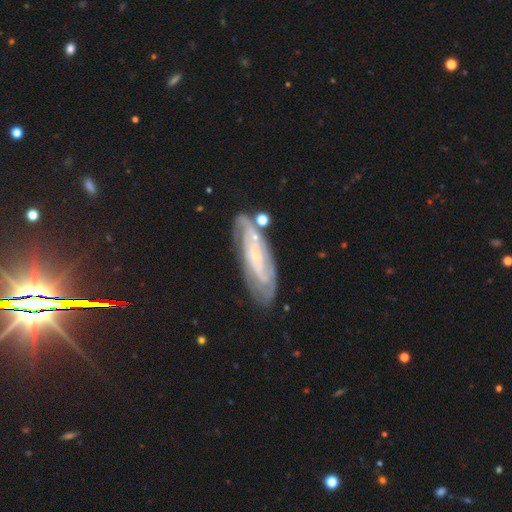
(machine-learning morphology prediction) Smooth or featured?
  - featured or disk: 78% *
  - smooth: 14%
  - star or artifact: 8%
Edge-on disk?
  - no: 84% *
  - yes: 16%
Bar?
  - no: 63% *
  - weak: 27%
  - strong: 9%
Spiral arms?
  - yes: 92% *
  - no: 8%
Spiral winding?
  - tight: 66% *
  - medium: 27%
  - loose: 7%
Spiral arm count?
  - can't tell: 45% *
  - 2: 26%
  - 3: 12%
  - 4: 7%
  - more than 4: 5%
  - 1: 4%
Bulge size?
  - small: 81% *
  - moderate: 12%
  - none: 5%
  - large: 1%
  - dominant: 1%
Merging?
  - none: 72% *
  - minor disturbance: 17%
  - merger: 5%
  - major disturbance: 5%